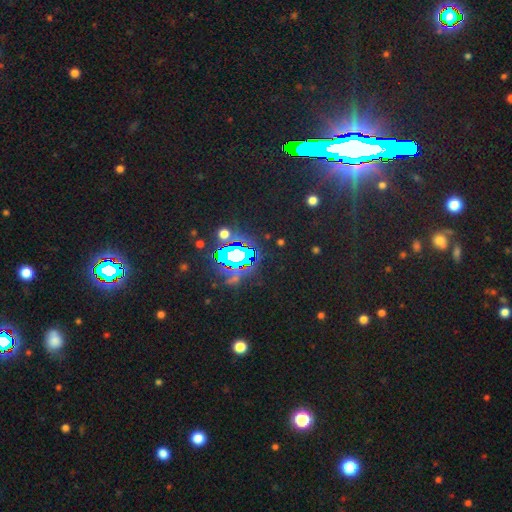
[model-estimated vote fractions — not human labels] The model was most divided on "smooth or featured": star or artifact: 84%, smooth: 8%, featured or disk: 8%.